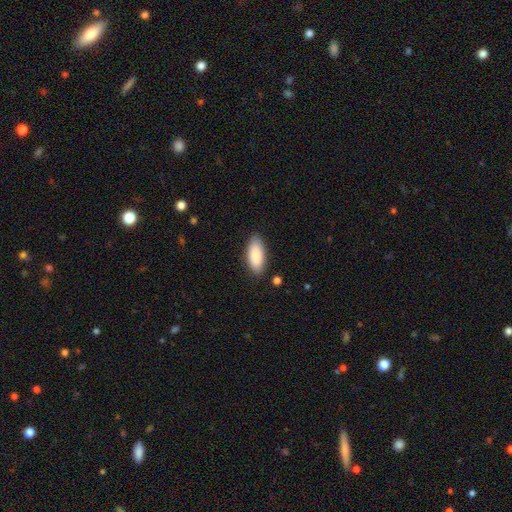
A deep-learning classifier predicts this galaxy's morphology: This appears to be a smooth galaxy with no disk features (87%) that is in between round and cigar-shaped (86%). Merging: none (85%).